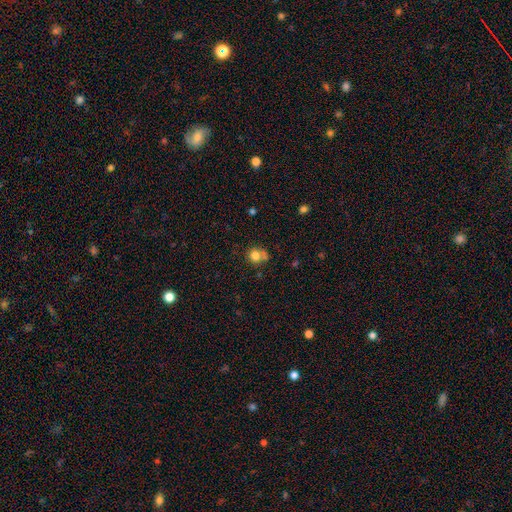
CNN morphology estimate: type=smooth (79%); roundness=round (80%); merging=none (54%).